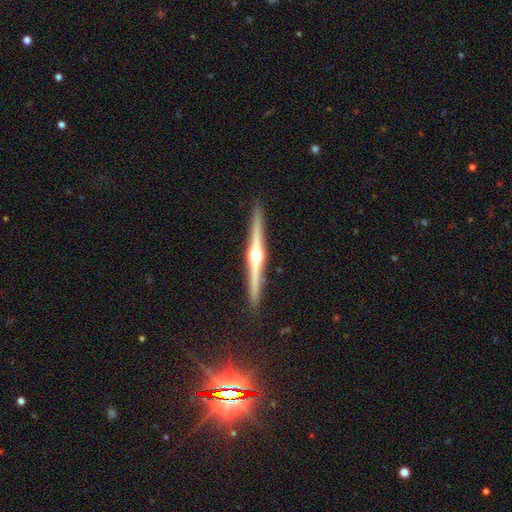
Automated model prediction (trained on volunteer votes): The model was most divided on "smooth or featured": featured or disk: 83%, smooth: 12%, star or artifact: 5%. More confident: edge-on disk — yes (99%); edge-on bulge — rounded (95%); merging — none (91%).